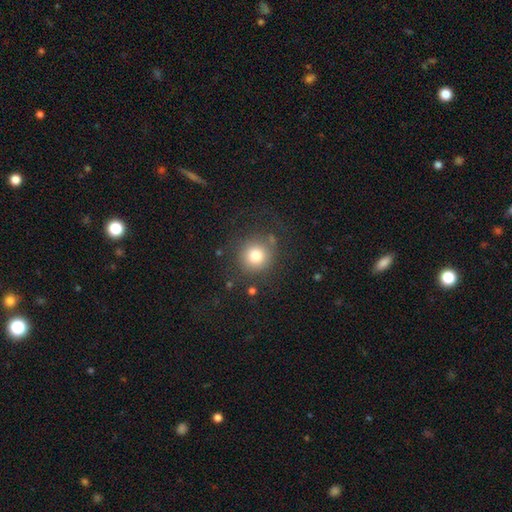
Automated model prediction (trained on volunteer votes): The model was most divided on "merging": none: 76%, minor disturbance: 13%, major disturbance: 9%, merger: 3%. More confident: how rounded — round (91%); smooth or featured — smooth (78%).